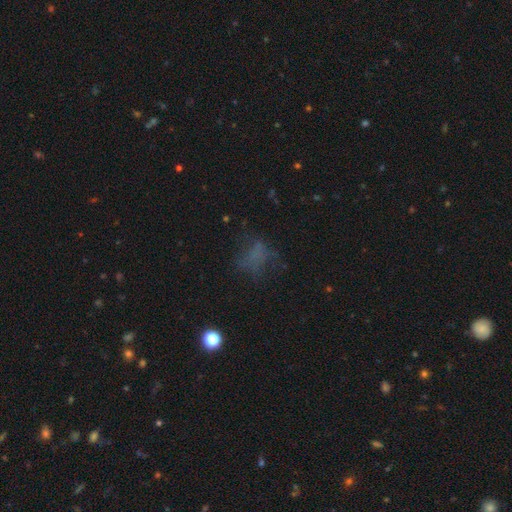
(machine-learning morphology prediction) The model was most divided on "smooth or featured": smooth: 46%, star or artifact: 29%, featured or disk: 25%. More confident: merging — none (52%).